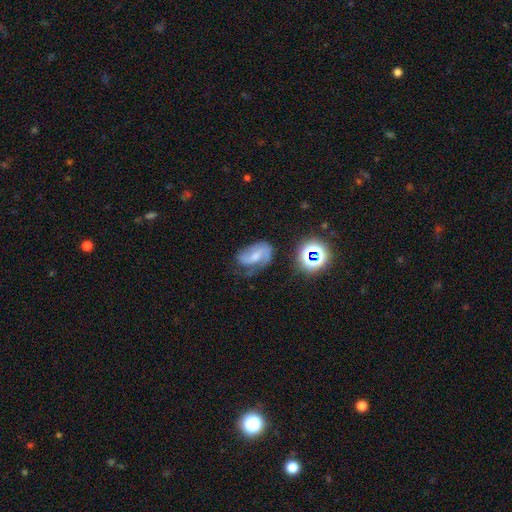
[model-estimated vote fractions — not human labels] featured or disk 66%, smooth 22%, star or artifact 12%. Down the decision tree: edge-on disk — no (97%); bar — weak (45%); spiral arms — yes (90%); spiral arm count — 2 (65%); spiral winding — medium (45%); bulge size — small (42%); merging — none (51%).